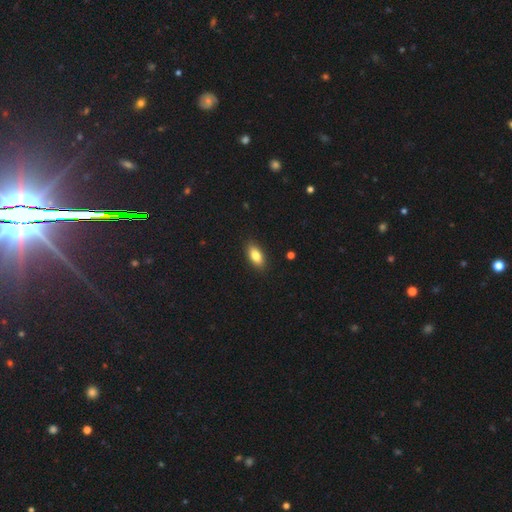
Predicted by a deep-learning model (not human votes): Morphology: type=smooth (82%); roundness=in between (87%); merging=none (89%).